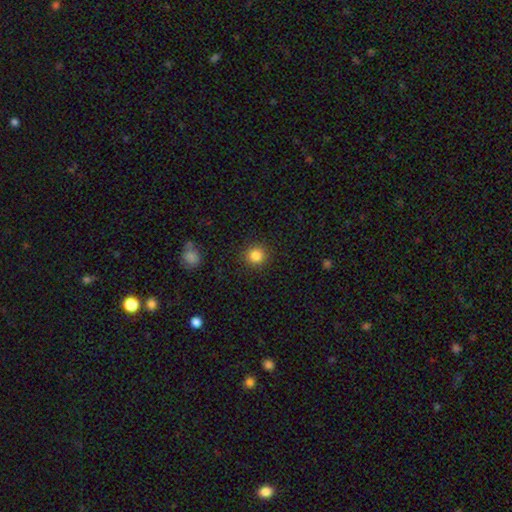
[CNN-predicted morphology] A smooth galaxy with no disk features (85%) that is round (92%).

Vote fractions:
- Smooth or featured? smooth: 85% / star or artifact: 11% / featured or disk: 5%
- How rounded? round: 92% / in between: 7% / cigar-shaped: 1%
- Merging? none: 90% / minor disturbance: 6% / major disturbance: 2% / merger: 1%